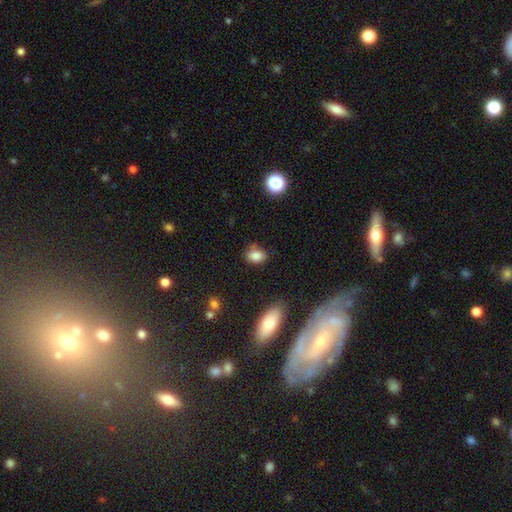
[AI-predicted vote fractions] This appears to be a smooth galaxy with no disk features (83%) that is in between round and cigar-shaped (77%). Merging: none (63%).